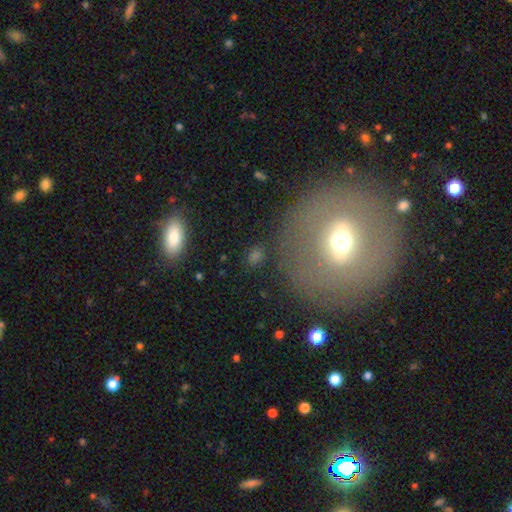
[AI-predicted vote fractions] Q: Smooth or featured?
A: smooth (57%); runner-up: featured or disk (25%)
Q: How rounded?
A: in between (50%); runner-up: round (46%)
Q: Merging?
A: none (73%); runner-up: minor disturbance (13%)